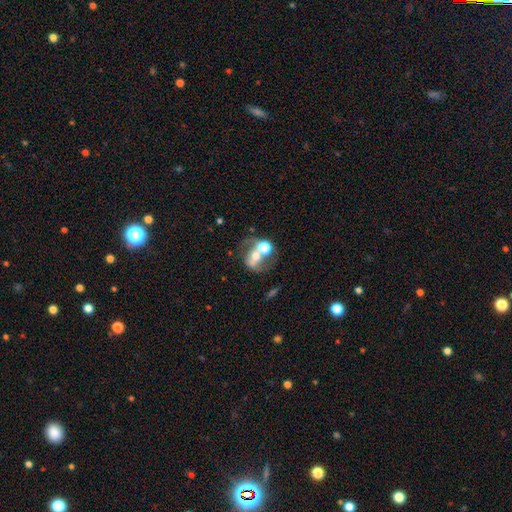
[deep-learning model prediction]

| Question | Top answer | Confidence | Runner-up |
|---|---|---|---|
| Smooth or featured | featured or disk | 53% | smooth (36%) |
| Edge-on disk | no | 97% | yes (3%) |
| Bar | no | 60% | weak (24%) |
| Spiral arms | yes | 56% | no (44%) |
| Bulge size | moderate | 49% | large (23%) |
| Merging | merger | 52% | none (26%) |